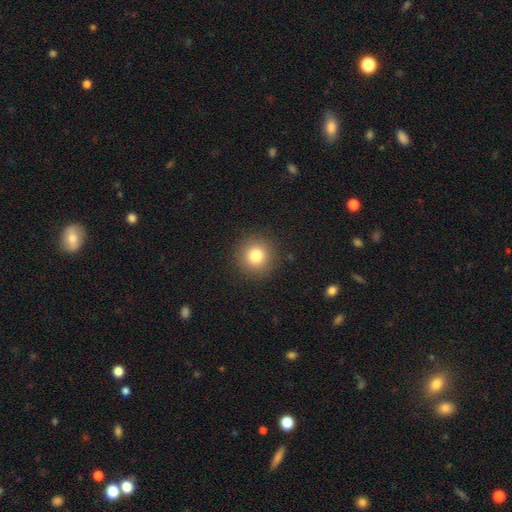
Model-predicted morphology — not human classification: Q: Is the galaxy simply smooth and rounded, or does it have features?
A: smooth — 81%.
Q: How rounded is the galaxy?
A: round — 94%.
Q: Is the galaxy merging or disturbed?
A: none — 91%.